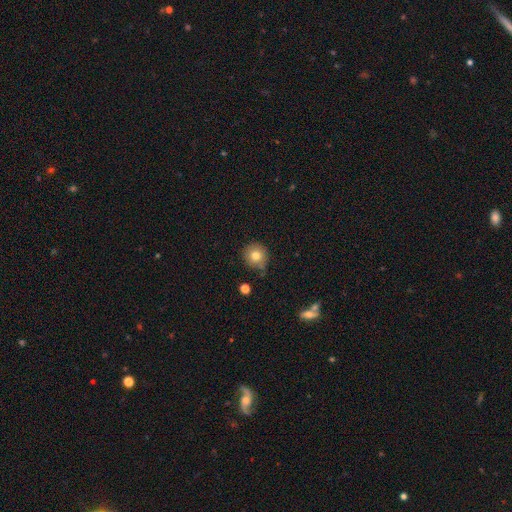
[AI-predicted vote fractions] smooth-or-featured: smooth: 78% | star or artifact: 11% | featured or disk: 11%
  how-rounded: round: 93% | in between: 6% | cigar-shaped: 1%
  merging: none: 79% | minor disturbance: 14% | merger: 4% | major disturbance: 3%